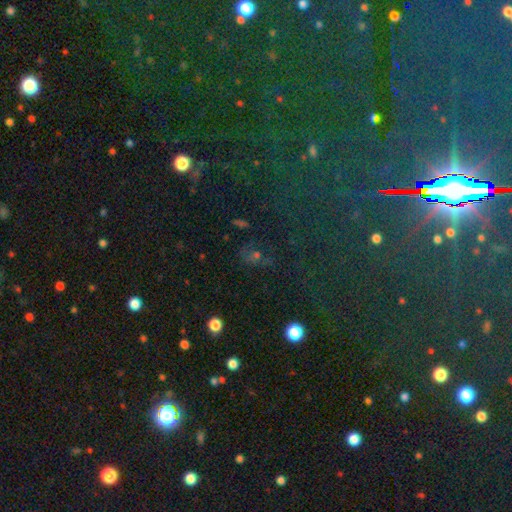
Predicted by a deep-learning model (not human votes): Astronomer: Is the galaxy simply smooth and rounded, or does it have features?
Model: star or artifact — 51% (runner-up: smooth, 31%).